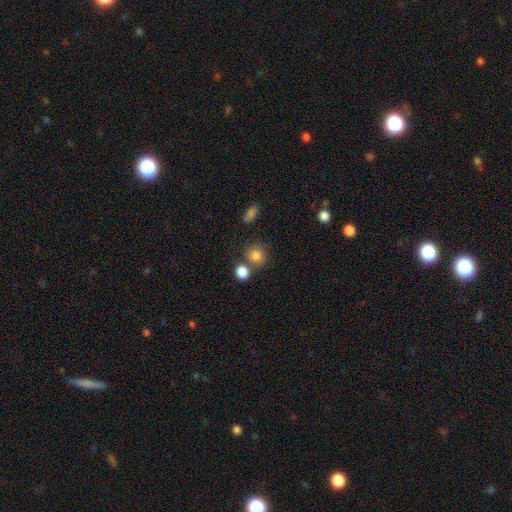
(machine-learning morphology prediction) The model was most divided on "merging": none: 62%, merger: 24%, minor disturbance: 10%, major disturbance: 4%. More confident: smooth or featured — smooth (82%); how rounded — round (81%).